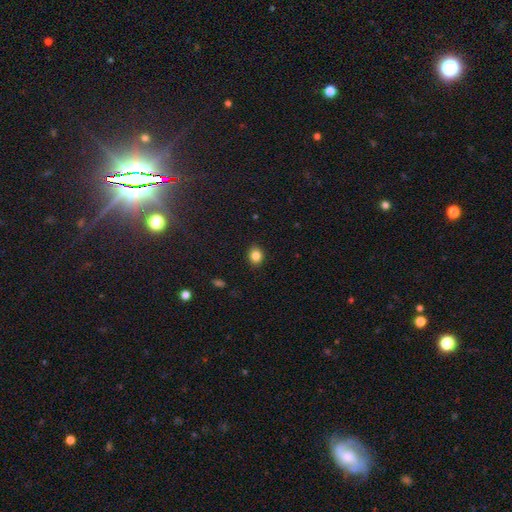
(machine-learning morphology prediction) A smooth galaxy with no disk features (85%) that is round (56%).

Vote fractions:
- Smooth or featured? smooth: 85% / star or artifact: 11% / featured or disk: 5%
- How rounded? round: 56% / in between: 43% / cigar-shaped: 1%
- Merging? none: 89% / minor disturbance: 8% / major disturbance: 2% / merger: 1%